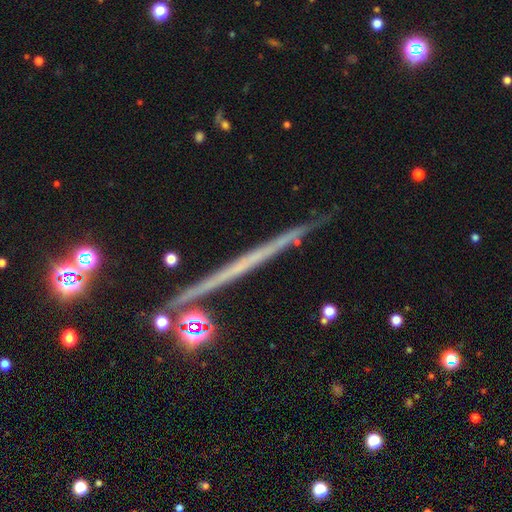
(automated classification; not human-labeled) smooth-or-featured: featured or disk: 61% | smooth: 26% | star or artifact: 13%
  disk-edge-on: yes: 97% | no: 3%
    edge-on-bulge: none: 91% | rounded: 6% | boxy: 3%
  merging: none: 86% | minor disturbance: 10% | merger: 3% | major disturbance: 2%